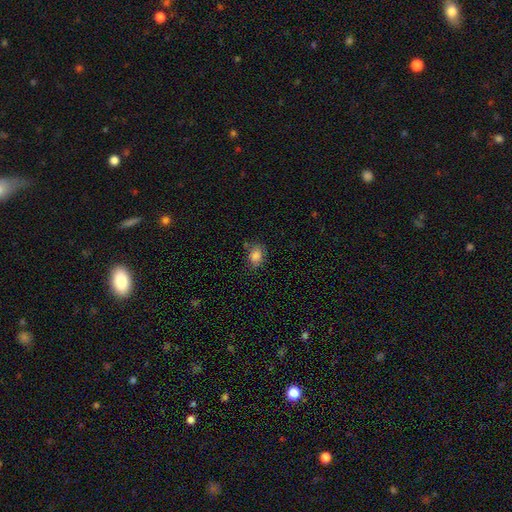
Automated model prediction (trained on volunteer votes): The model was most divided on "how rounded": in between: 63%, round: 35%, cigar-shaped: 1%. More confident: smooth or featured — smooth (84%); merging — none (68%).